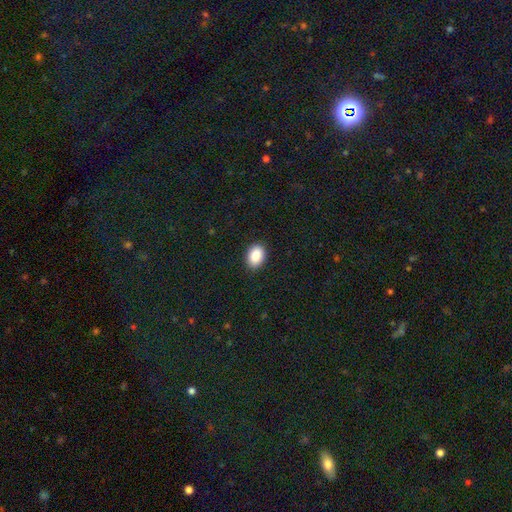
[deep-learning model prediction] Smooth or featured? smooth (88%)
How rounded? in between (79%)
Merging? none (90%)